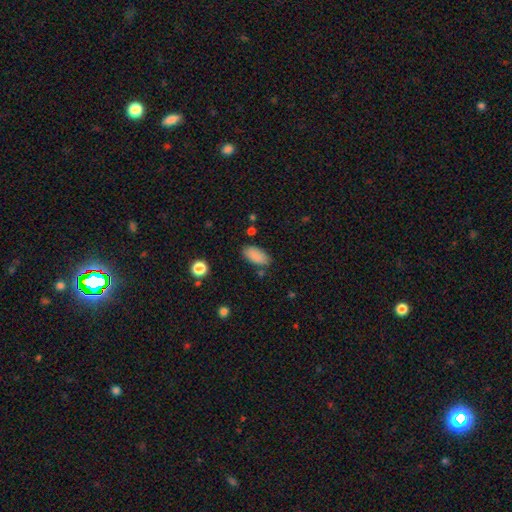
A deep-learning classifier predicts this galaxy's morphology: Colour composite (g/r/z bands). It shows a smooth galaxy with no disk features (87%) that is in between round and cigar-shaped (91%). Merging: none (79%).